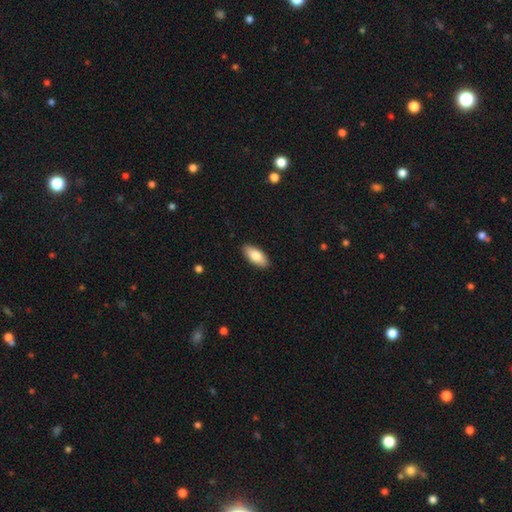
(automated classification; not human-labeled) Smooth or featured?
  - smooth: 82% *
  - featured or disk: 12%
  - star or artifact: 6%
How rounded?
  - in between: 86% *
  - cigar-shaped: 12%
  - round: 2%
Merging?
  - none: 89% *
  - minor disturbance: 8%
  - major disturbance: 2%
  - merger: 1%